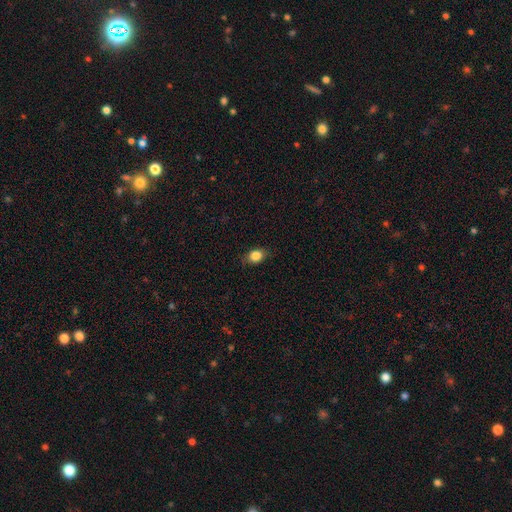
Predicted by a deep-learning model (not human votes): Q: Smooth or featured?
A: smooth (84%); runner-up: star or artifact (9%)
Q: How rounded?
A: in between (64%); runner-up: round (34%)
Q: Merging?
A: none (81%); runner-up: minor disturbance (15%)